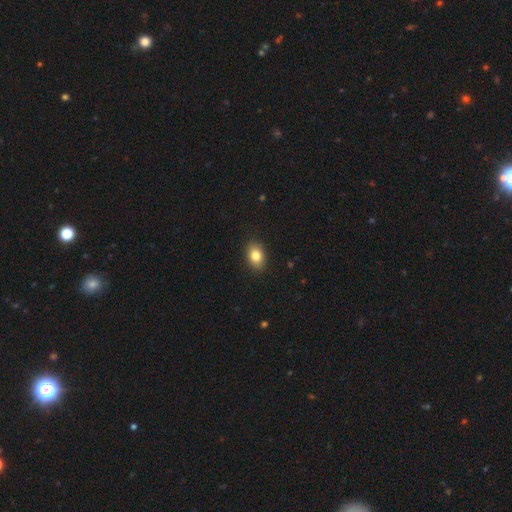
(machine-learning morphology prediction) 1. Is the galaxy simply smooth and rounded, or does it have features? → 83% smooth, 9% star or artifact, 9% featured or disk.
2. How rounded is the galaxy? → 78% in between, 20% round, 1% cigar-shaped.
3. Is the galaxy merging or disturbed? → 89% none, 8% minor disturbance, 2% major disturbance, 1% merger.